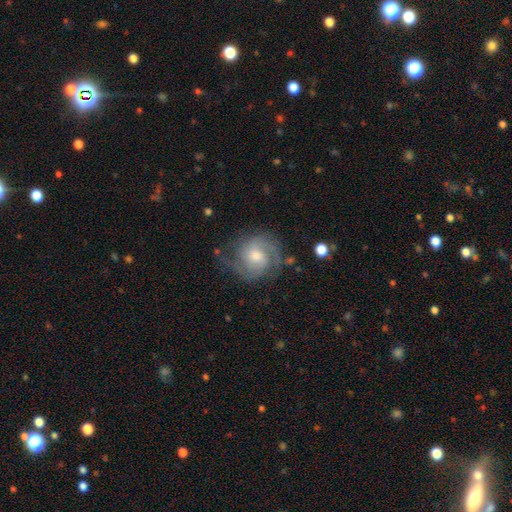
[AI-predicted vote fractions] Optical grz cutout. It shows a featured or disk galaxy (81%) with no bar (60%), 2 (75%) tight (44%, tied with medium) spiral arms (95%) and a moderate central bulge (62%). Merging: none (72%).